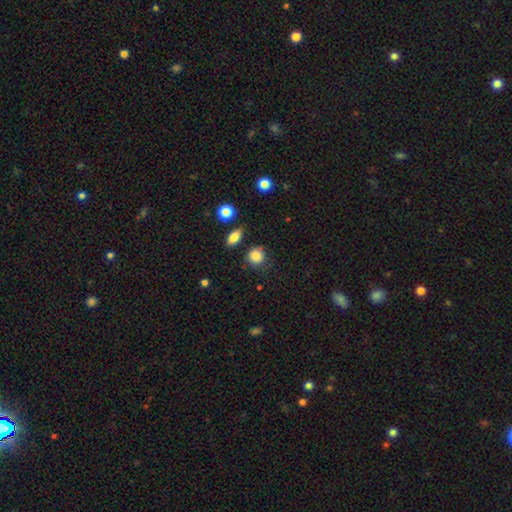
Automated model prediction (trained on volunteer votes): This is clearly a smooth galaxy (84%). How rounded: clearly round (84%). Merging: likely none (72%).